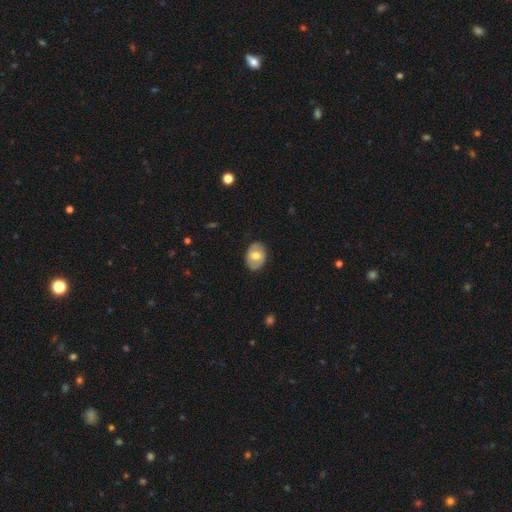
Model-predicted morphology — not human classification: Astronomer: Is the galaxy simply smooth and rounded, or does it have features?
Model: smooth — 58% (runner-up: featured or disk, 35%).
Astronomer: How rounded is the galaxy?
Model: in between — 72%.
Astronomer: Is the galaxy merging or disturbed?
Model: none — 84%.